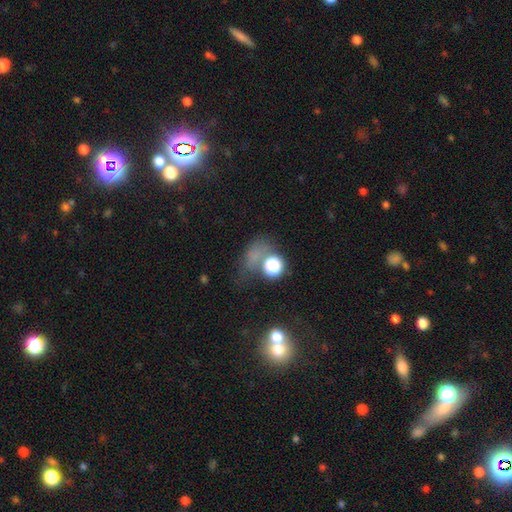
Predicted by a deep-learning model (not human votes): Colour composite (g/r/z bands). It shows a smooth galaxy with no disk features (48%). Merging: none (41%).